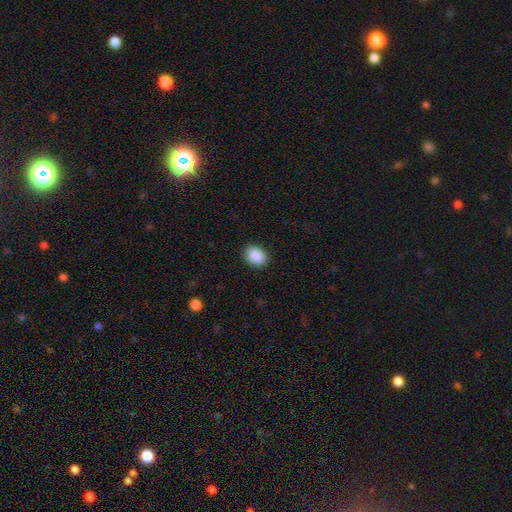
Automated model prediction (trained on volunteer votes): Overall: smooth (90%). How rounded: in between (59%; round 40%). Merging: none (89%).